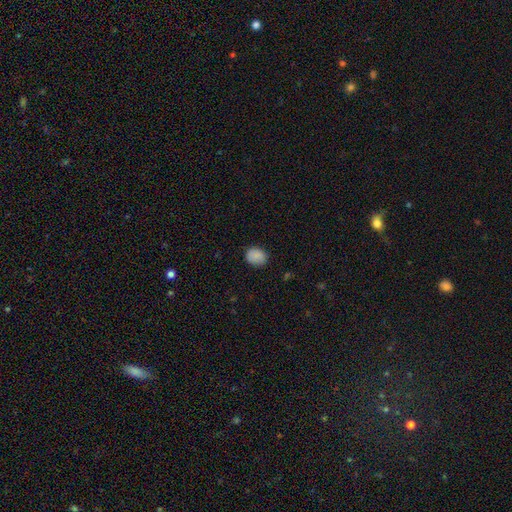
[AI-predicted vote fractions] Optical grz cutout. It shows a smooth galaxy with no disk features (87%) that is round (59%). Merging: none (81%).